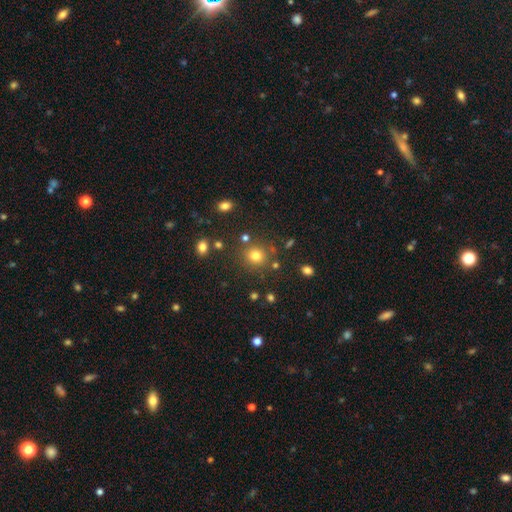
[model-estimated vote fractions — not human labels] Smooth or featured: smooth — 76% (star or artifact — 16%)
How rounded: round — 87% (in between — 12%)
Merging: none — 80% (minor disturbance — 9%)